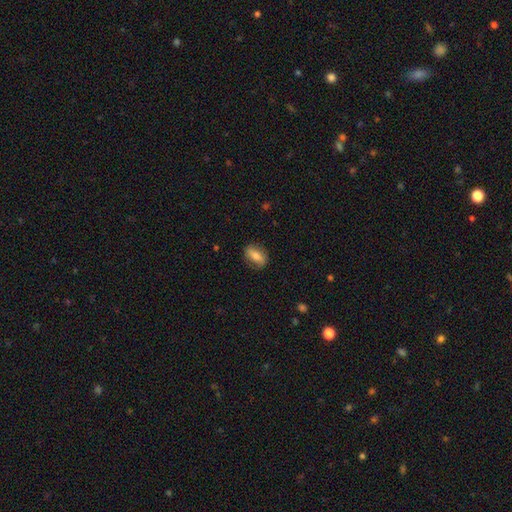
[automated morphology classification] This appears to be a smooth galaxy with no disk features (64%) that is in between round and cigar-shaped (78%). Merging: none (81%).